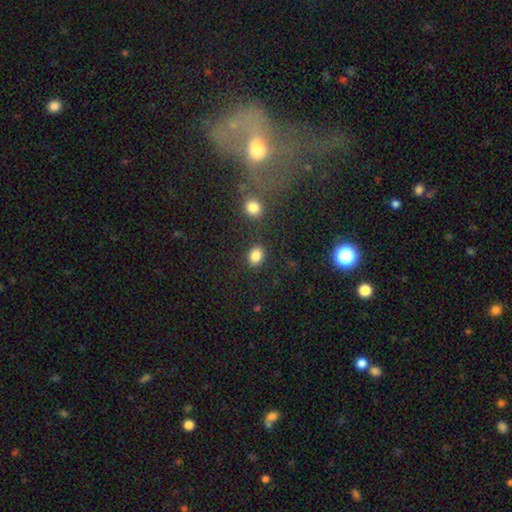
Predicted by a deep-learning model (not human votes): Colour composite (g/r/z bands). It shows a smooth galaxy with no disk features (85%) that is in between round and cigar-shaped (55%). Merging: none (83%).